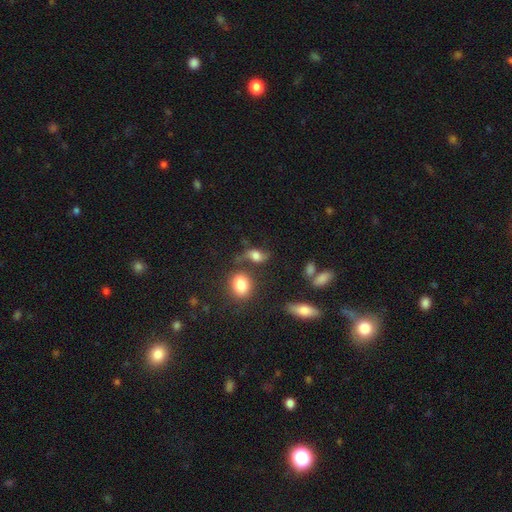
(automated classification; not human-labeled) Smooth or featured: smooth — 52% (featured or disk — 35%)
How rounded: in between — 72% (round — 21%)
Merging: none — 48% (minor disturbance — 21%)